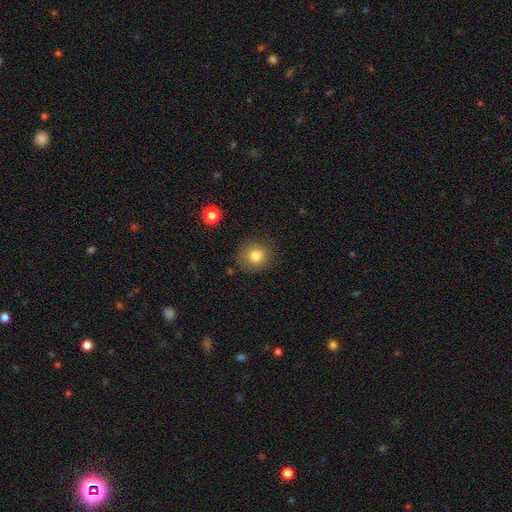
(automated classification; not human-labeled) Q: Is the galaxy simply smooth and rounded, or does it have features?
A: smooth — 80%.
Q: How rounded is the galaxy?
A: round — 85%.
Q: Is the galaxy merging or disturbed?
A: none — 81%.